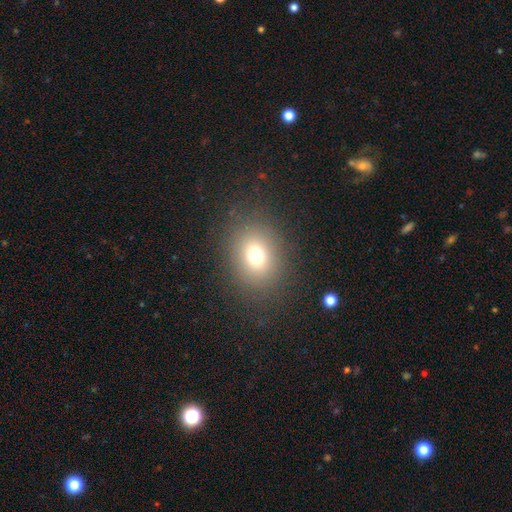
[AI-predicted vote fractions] The model was most divided on "how rounded": round: 57%, in between: 42%, cigar-shaped: 1%. More confident: merging — none (84%); smooth or featured — smooth (72%).